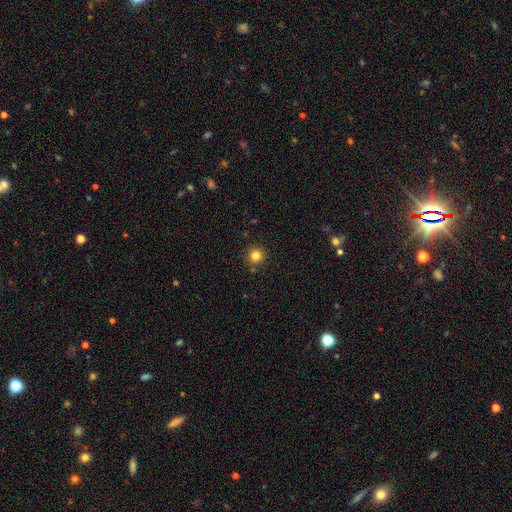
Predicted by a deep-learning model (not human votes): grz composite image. It shows a smooth galaxy with no disk features (82%) that is round (94%). Merging: none (88%).